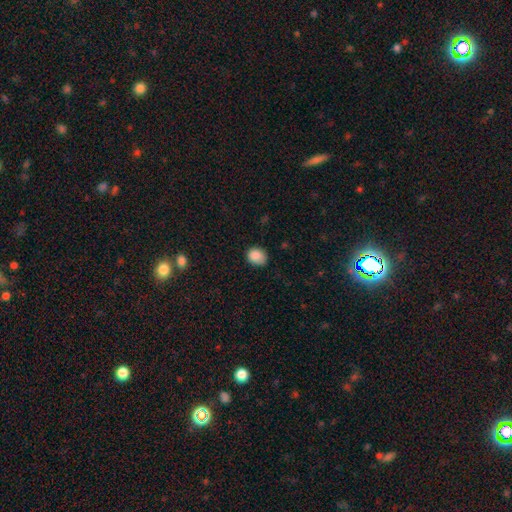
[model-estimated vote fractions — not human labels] Morphology: type=smooth (87%); roundness=round (59%); merging=none (71%).